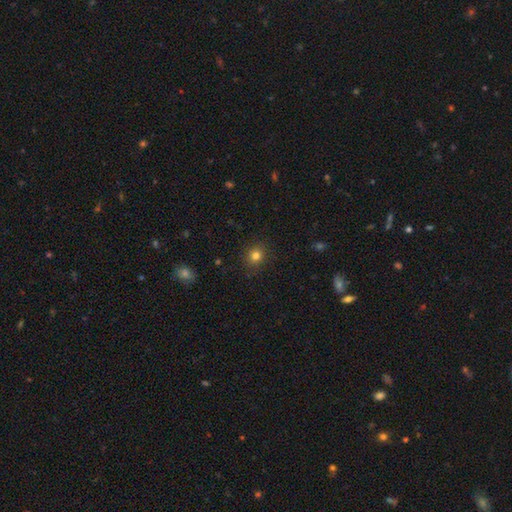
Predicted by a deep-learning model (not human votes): Overall: smooth (80%). How rounded: round (83%). Merging: none (88%).